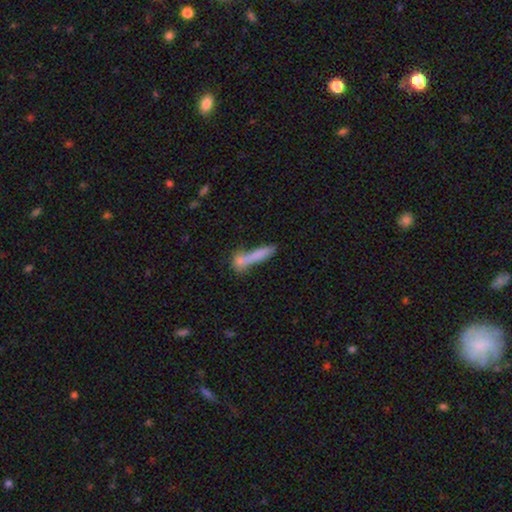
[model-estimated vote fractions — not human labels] Smooth or featured? Predicted: smooth (p=0.72). How rounded? Predicted: cigar-shaped (p=0.83). Merging? Predicted: none (p=0.47).